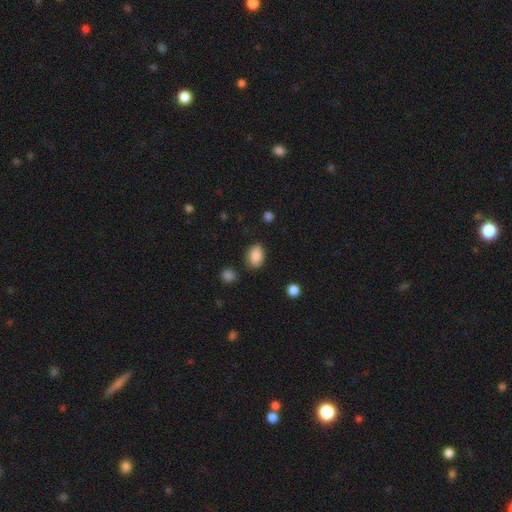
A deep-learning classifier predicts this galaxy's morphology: smooth_or_featured: smooth (p=0.87) [alt: star or artifact p=0.08]
how_rounded: in between (p=0.83) [alt: round p=0.16]
merging: none (p=0.78) [alt: minor disturbance p=0.16]